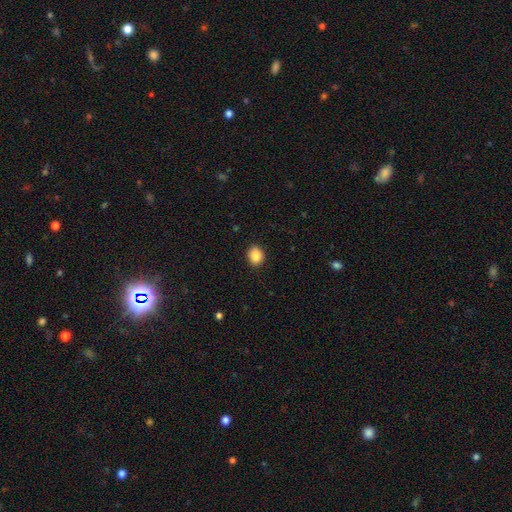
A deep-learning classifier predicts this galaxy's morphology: smooth_or_featured: smooth (p=0.88) [alt: star or artifact p=0.09]
how_rounded: round (p=0.54) [alt: in between p=0.45]
merging: none (p=0.89) [alt: minor disturbance p=0.08]